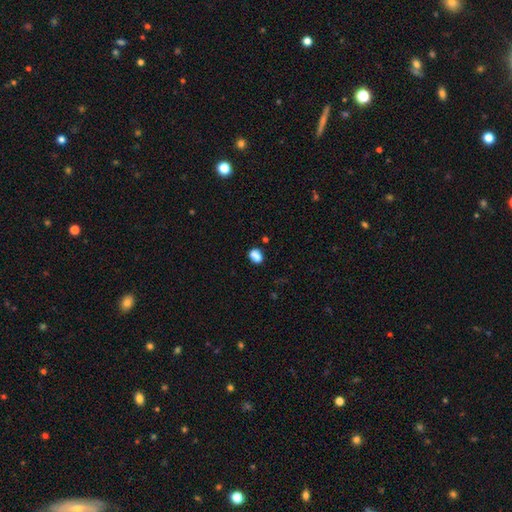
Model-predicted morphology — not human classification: This is clearly a smooth galaxy (85%). How rounded: likely in between (73%). Merging: likely none (78%).